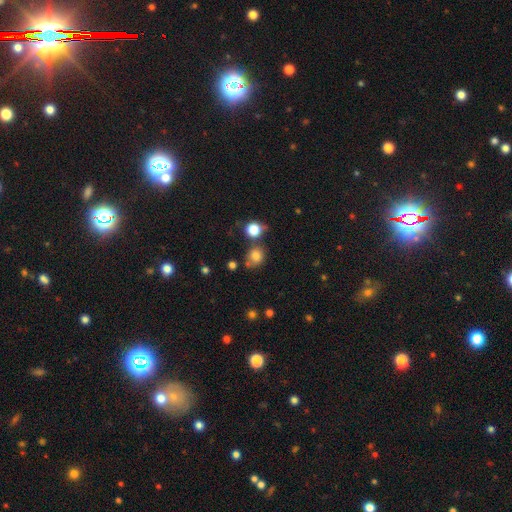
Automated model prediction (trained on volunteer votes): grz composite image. It shows a smooth galaxy with no disk features (77%) that is round (75%). Merging: none (60%).